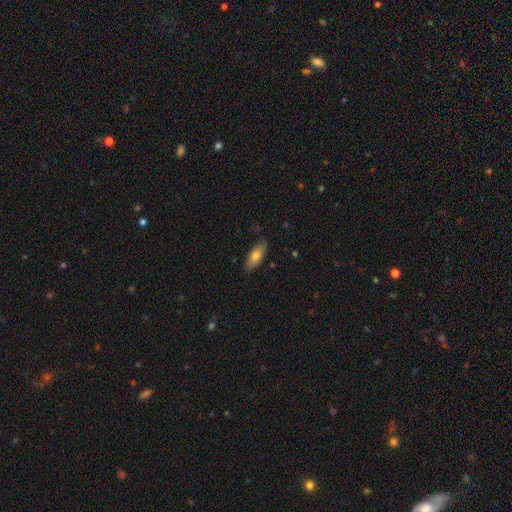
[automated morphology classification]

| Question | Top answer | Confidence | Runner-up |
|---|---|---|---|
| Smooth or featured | smooth | 72% | featured or disk (22%) |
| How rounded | in between | 75% | cigar-shaped (22%) |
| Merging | none | 81% | minor disturbance (15%) |